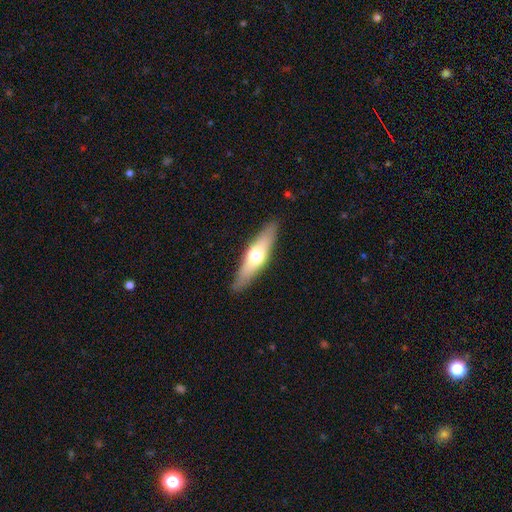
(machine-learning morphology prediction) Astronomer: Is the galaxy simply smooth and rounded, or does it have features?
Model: smooth — 49% (runner-up: featured or disk, 46%).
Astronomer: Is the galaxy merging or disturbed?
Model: none — 88%.